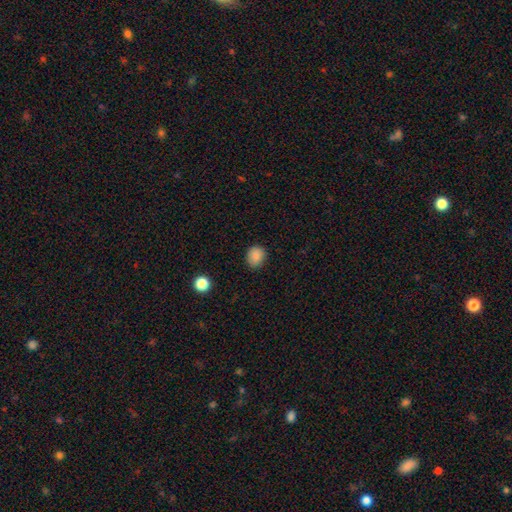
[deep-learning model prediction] This is clearly a smooth galaxy (87%). How rounded: likely round (71%). Merging: clearly none (87%).